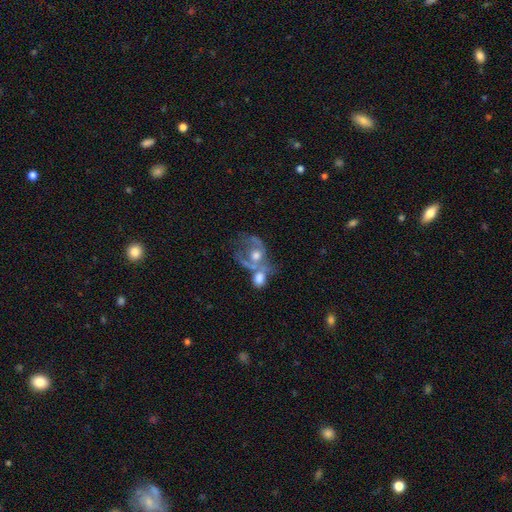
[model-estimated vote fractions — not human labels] A featured or disk galaxy (63%) with no bar (76%), spiral arms (60%) and a moderate central bulge (62%).

Vote fractions:
- Smooth or featured? featured or disk: 63% / smooth: 29% / star or artifact: 9%
- Edge-on disk? no: 96% / yes: 4%
- Bar? no: 76% / weak: 19% / strong: 5%
- Spiral arms? yes: 60% / no: 40%
- Bulge size? moderate: 62% / large: 18% / small: 12% / none: 5% / dominant: 2%
- Merging? merger: 50% / none: 20% / major disturbance: 18% / minor disturbance: 11%